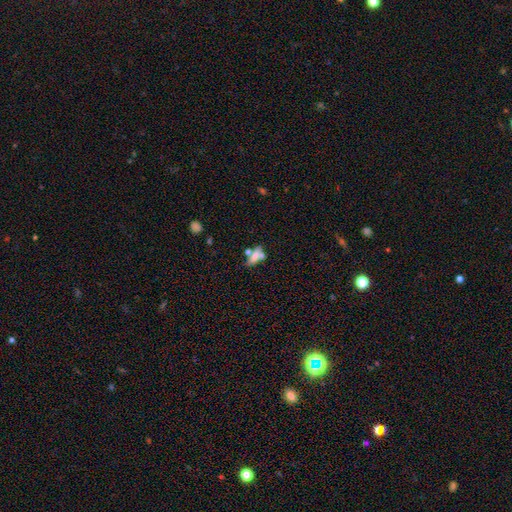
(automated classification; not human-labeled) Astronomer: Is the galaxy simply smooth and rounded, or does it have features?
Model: smooth — 59%.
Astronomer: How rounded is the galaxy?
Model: in between — 56% (runner-up: cigar-shaped, 35%).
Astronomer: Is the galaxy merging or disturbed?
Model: none — 50% (runner-up: merger, 26%).